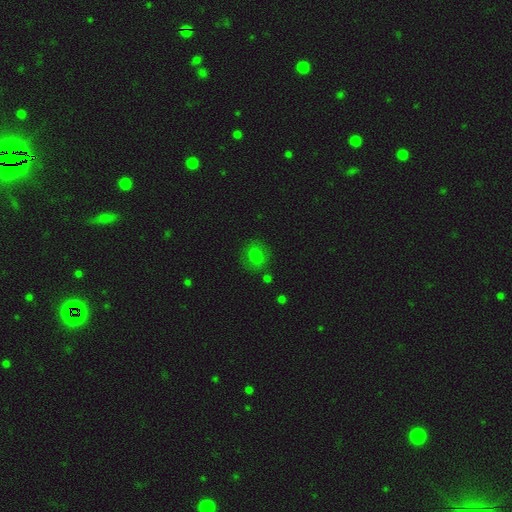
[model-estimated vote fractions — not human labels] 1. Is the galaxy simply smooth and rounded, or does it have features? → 71% smooth, 15% star or artifact, 14% featured or disk.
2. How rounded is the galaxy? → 59% round, 40% in between, 1% cigar-shaped.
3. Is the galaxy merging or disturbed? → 77% none, 14% minor disturbance, 6% major disturbance, 3% merger.